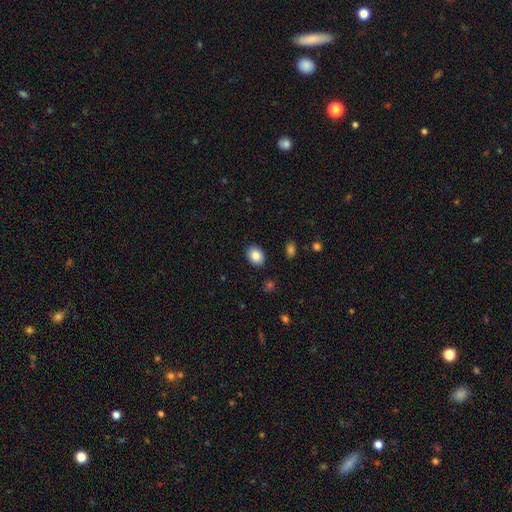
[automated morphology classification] A smooth galaxy with no disk features (86%) that is in between round and cigar-shaped (62%). Merging: none (88%).